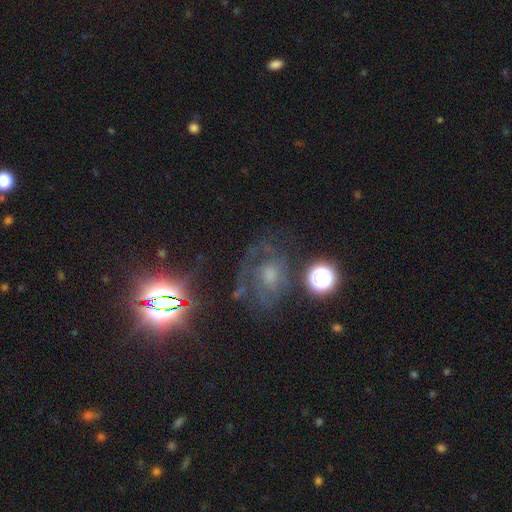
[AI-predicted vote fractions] Smooth or featured? featured or disk (48%)
Merging? none (67%)